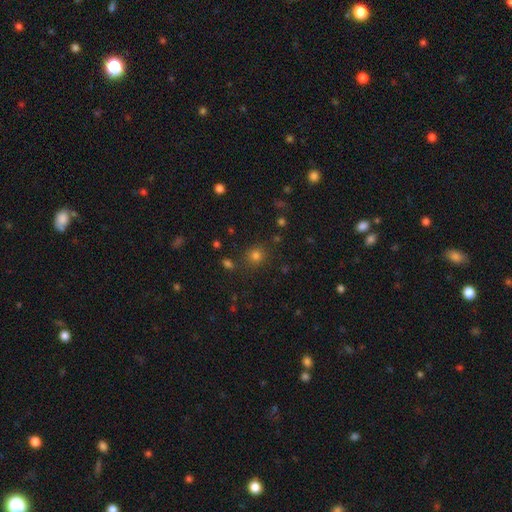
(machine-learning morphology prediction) A smooth galaxy with no disk features (75%) that is round (85%).

Vote fractions:
- Smooth or featured? smooth: 75% / star or artifact: 19% / featured or disk: 6%
- How rounded? round: 85% / in between: 14% / cigar-shaped: 1%
- Merging? none: 82% / minor disturbance: 10% / merger: 4% / major disturbance: 4%